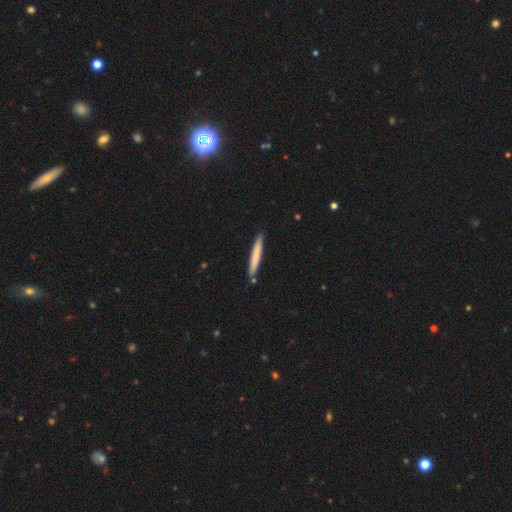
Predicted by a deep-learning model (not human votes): Smooth or featured?
  - smooth: 73% *
  - featured or disk: 22%
  - star or artifact: 5%
How rounded?
  - cigar-shaped: 96% *
  - in between: 3%
  - round: 1%
Merging?
  - none: 88% *
  - minor disturbance: 8%
  - merger: 3%
  - major disturbance: 1%